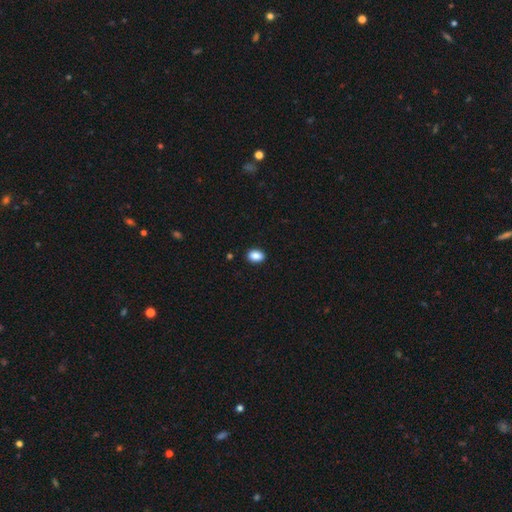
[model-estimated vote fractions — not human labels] This is clearly a smooth galaxy (89%). How rounded: clearly in between (82%). Merging: clearly none (90%).